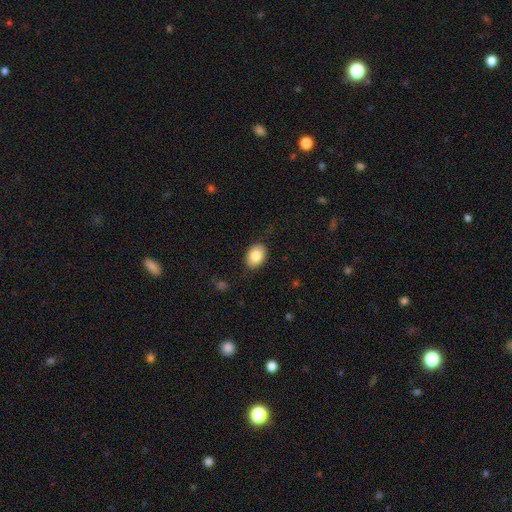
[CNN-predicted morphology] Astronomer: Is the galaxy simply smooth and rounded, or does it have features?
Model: smooth — 83%.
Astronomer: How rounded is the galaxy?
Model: in between — 74%.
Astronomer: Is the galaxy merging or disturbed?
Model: none — 85%.